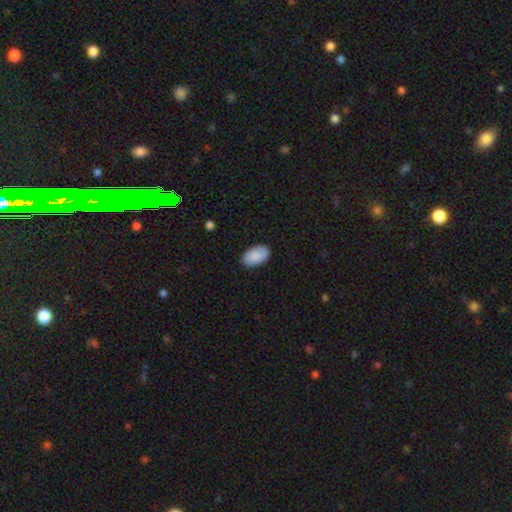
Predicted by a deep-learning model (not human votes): smooth_or_featured: smooth (p=0.90) [alt: star or artifact p=0.06]
how_rounded: in between (p=0.94) [alt: round p=0.04]
merging: none (p=0.87) [alt: minor disturbance p=0.10]